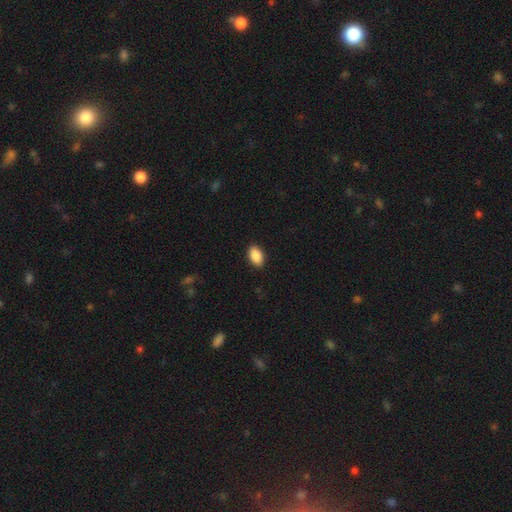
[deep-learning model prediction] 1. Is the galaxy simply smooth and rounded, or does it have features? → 89% smooth, 7% star or artifact, 4% featured or disk.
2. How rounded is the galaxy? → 93% in between, 6% round, 2% cigar-shaped.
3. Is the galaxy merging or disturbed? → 90% none, 8% minor disturbance, 2% major disturbance, 1% merger.